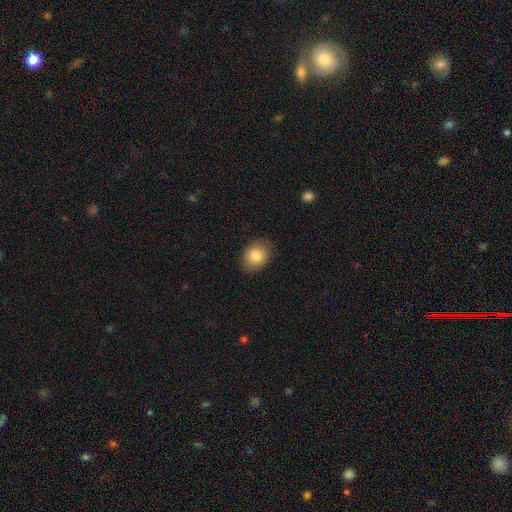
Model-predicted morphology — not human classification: type=smooth (84%); roundness=in between (62%); merging=none (85%).